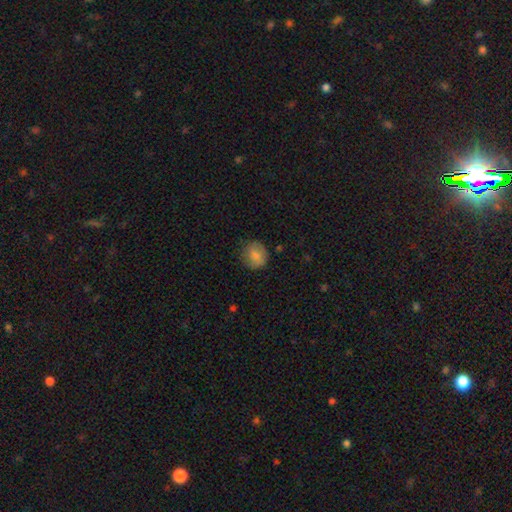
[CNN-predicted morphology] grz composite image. It shows a smooth galaxy with no disk features (79%) that is round (79%). Merging: none (75%).